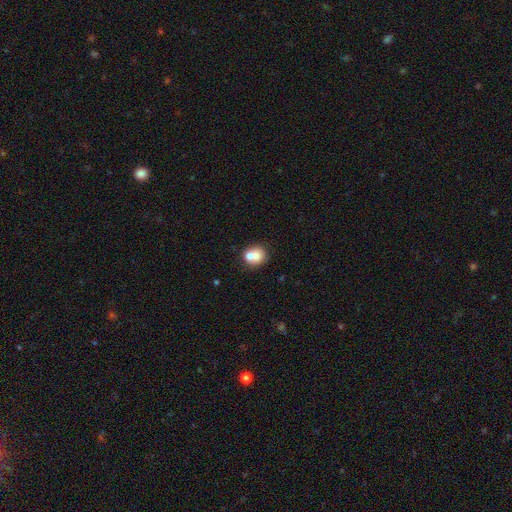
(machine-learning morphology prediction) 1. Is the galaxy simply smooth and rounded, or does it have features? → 69% smooth, 21% featured or disk, 10% star or artifact.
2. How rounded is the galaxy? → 76% round, 23% in between, 1% cigar-shaped.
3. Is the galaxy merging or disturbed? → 47% merger, 41% none, 9% minor disturbance, 3% major disturbance.